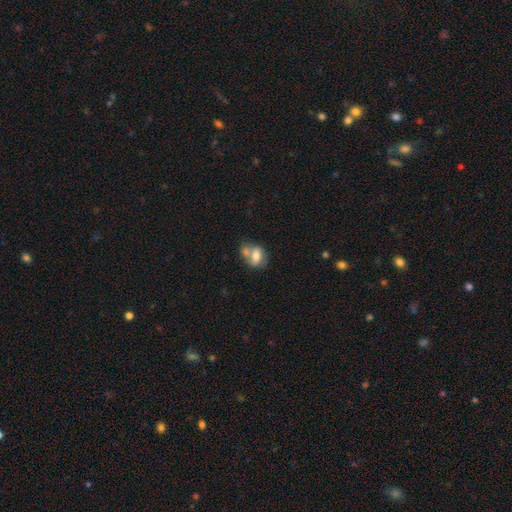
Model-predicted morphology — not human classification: Smooth or featured? Predicted: smooth (p=0.66). How rounded? Predicted: in between (p=0.66). Merging? Predicted: merger (p=0.50).